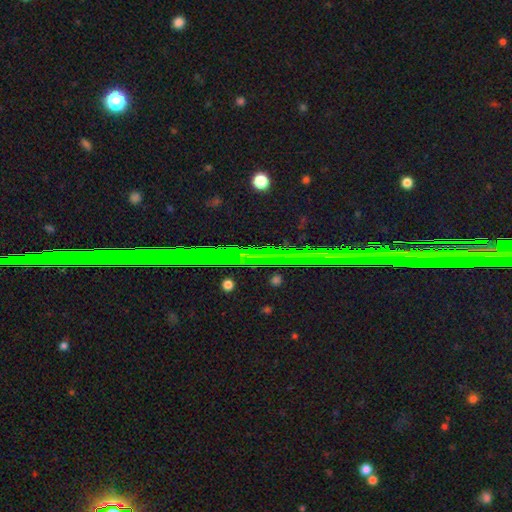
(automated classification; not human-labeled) Q: Smooth or featured?
A: star or artifact (74%); runner-up: featured or disk (14%)